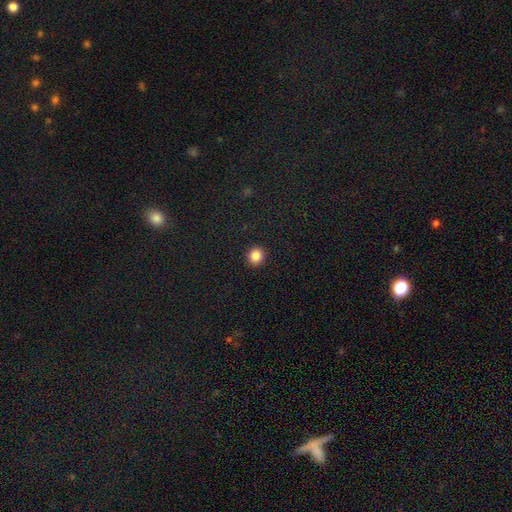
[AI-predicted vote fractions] Smooth or featured? Predicted: smooth (p=0.86). How rounded? Predicted: round (p=0.87). Merging? Predicted: none (p=0.93).